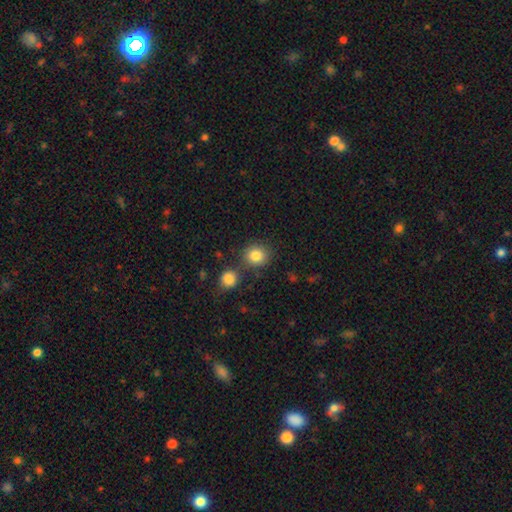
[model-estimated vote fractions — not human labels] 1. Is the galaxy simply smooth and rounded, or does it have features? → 83% smooth, 11% star or artifact, 6% featured or disk.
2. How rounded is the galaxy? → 83% round, 16% in between, 1% cigar-shaped.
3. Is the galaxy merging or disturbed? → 73% none, 15% merger, 9% minor disturbance, 3% major disturbance.